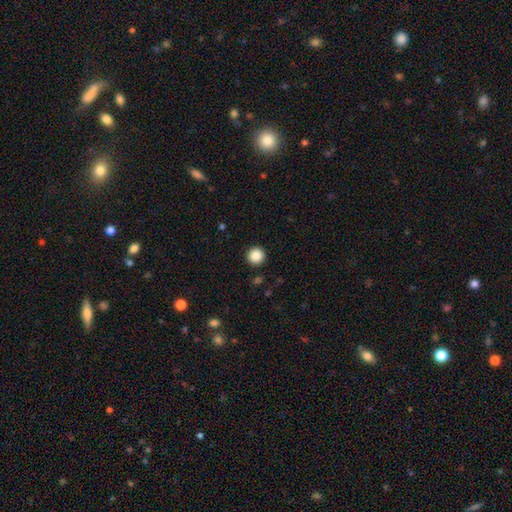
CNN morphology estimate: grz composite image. It shows a smooth galaxy with no disk features (87%) that is round (96%). Merging: none (93%).